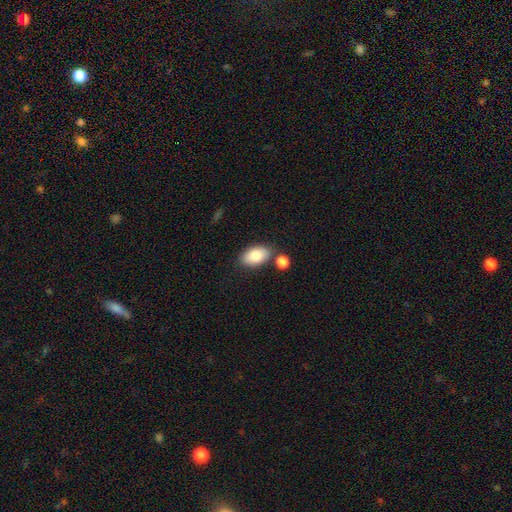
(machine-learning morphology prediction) Smooth or featured?
  - smooth: 82% *
  - featured or disk: 11%
  - star or artifact: 7%
How rounded?
  - in between: 93% *
  - round: 6%
  - cigar-shaped: 2%
Merging?
  - none: 77% *
  - minor disturbance: 11%
  - merger: 9%
  - major disturbance: 3%